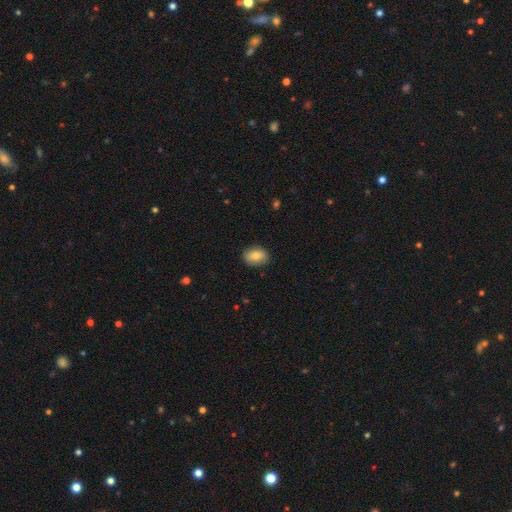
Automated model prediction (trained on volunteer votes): Morphology: type=smooth (77%); roundness=in between (76%); merging=none (85%).